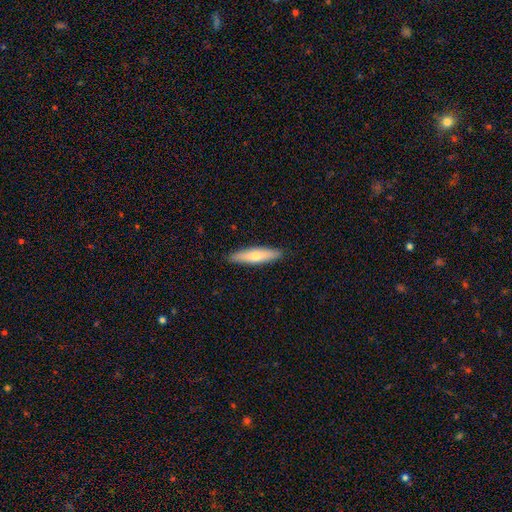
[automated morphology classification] Smooth or featured?
  - smooth: 64% *
  - featured or disk: 31%
  - star or artifact: 5%
How rounded?
  - cigar-shaped: 75% *
  - in between: 23%
  - round: 2%
Merging?
  - none: 90% *
  - minor disturbance: 8%
  - major disturbance: 2%
  - merger: 1%